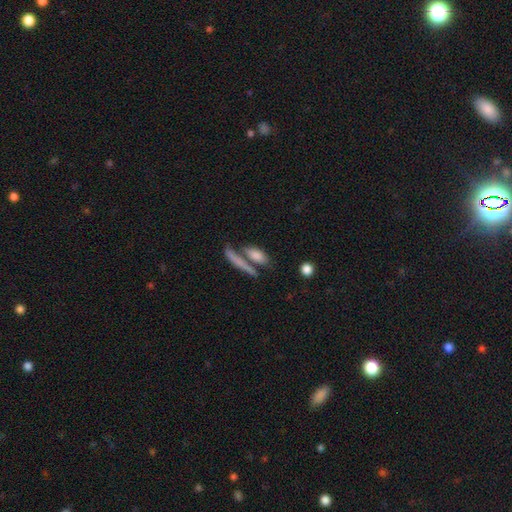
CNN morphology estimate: Smooth or featured? smooth (75%)
How rounded? in between (51%)
Merging? none (51%)